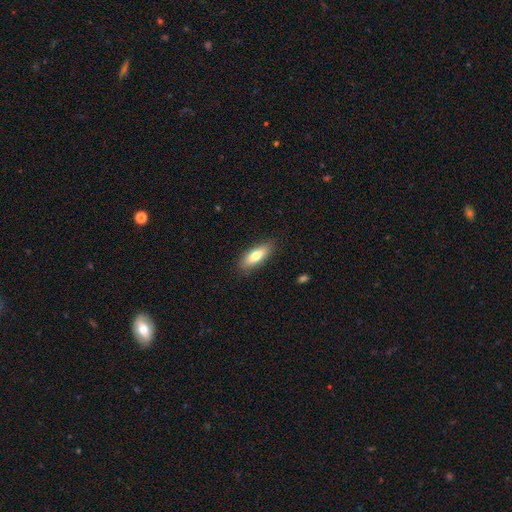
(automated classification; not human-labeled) Morphology: type=smooth (72%); roundness=in between (61%); merging=none (87%).